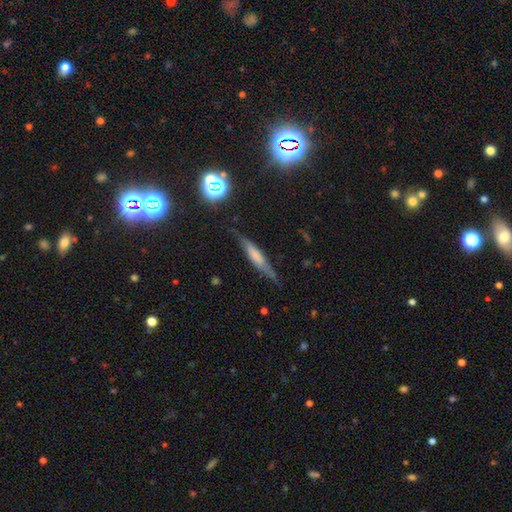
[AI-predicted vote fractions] This is possibly a featured or disk galaxy (50%). Merging: likely none (71%).